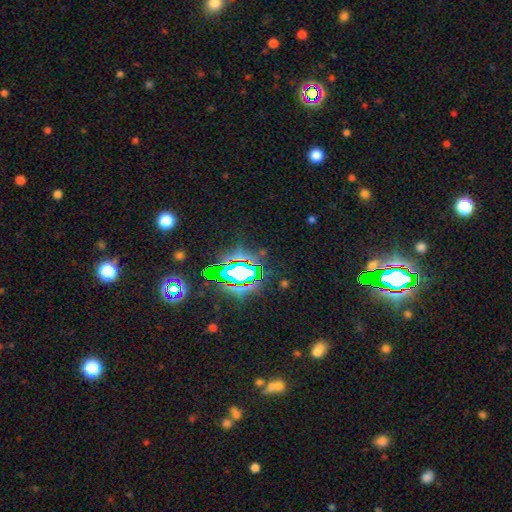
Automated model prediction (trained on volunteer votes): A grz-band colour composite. It shows a star or artifact, not a galaxy (80%).